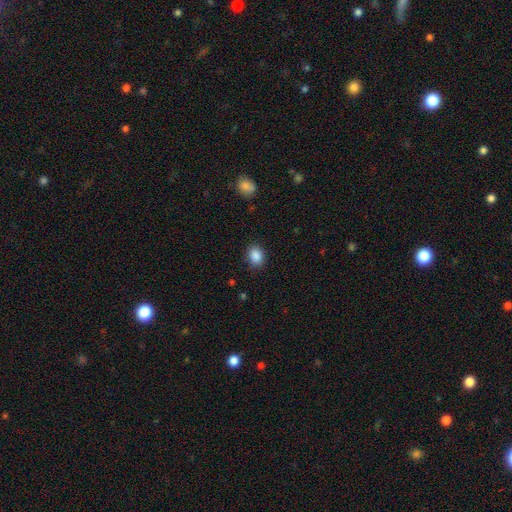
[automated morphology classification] A smooth galaxy with no disk features (88%) that is in between round and cigar-shaped (68%).

Vote fractions:
- Smooth or featured? smooth: 88% / star or artifact: 9% / featured or disk: 3%
- How rounded? in between: 68% / round: 31% / cigar-shaped: 1%
- Merging? none: 87% / minor disturbance: 10% / major disturbance: 3% / merger: 1%